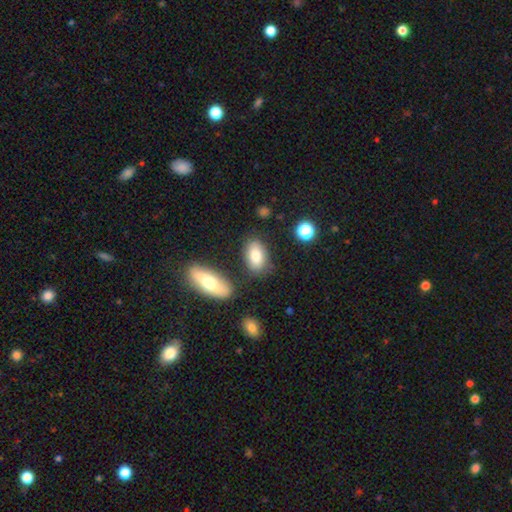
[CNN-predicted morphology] Q: Smooth or featured?
A: smooth (79%); runner-up: featured or disk (13%)
Q: How rounded?
A: in between (89%); runner-up: round (7%)
Q: Merging?
A: none (77%); runner-up: minor disturbance (13%)